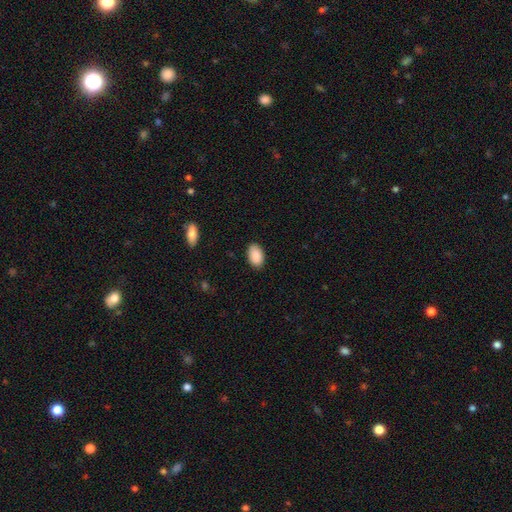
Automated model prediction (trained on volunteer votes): Smooth or featured? smooth (89%)
How rounded? in between (93%)
Merging? none (88%)